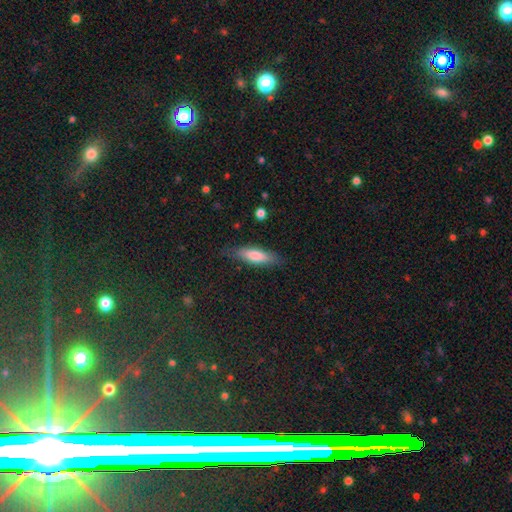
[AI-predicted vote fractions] A smooth galaxy with no disk features (75%) that is cigar-shaped (55%). Merging: none (79%).